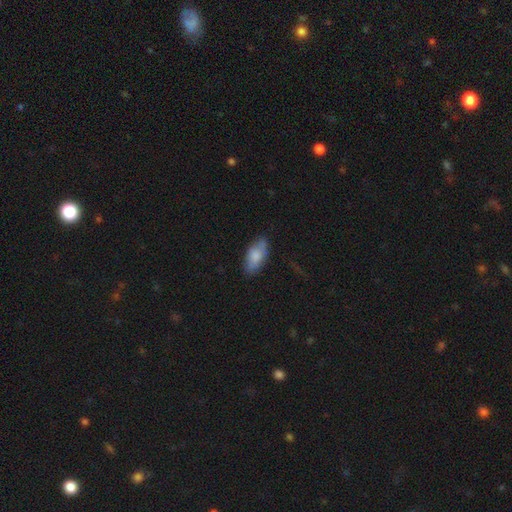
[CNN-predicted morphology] This is likely a smooth galaxy (78%). How rounded: clearly in between (90%). Merging: likely none (73%).